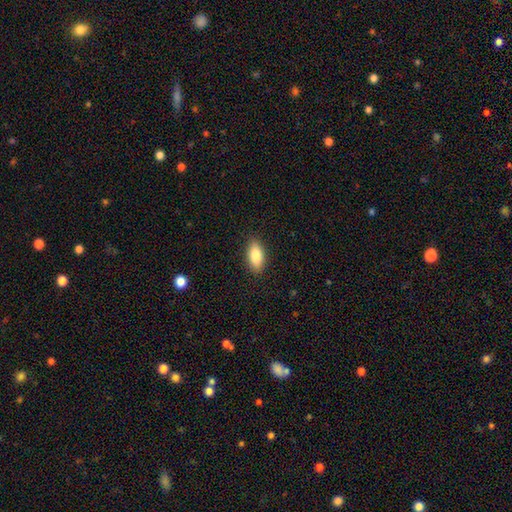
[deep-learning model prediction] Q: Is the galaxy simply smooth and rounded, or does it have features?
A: smooth — 83%.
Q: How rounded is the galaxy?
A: in between — 86%.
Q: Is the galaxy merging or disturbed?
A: none — 88%.